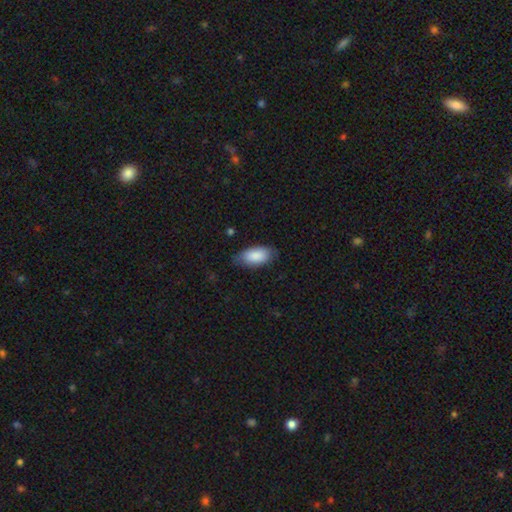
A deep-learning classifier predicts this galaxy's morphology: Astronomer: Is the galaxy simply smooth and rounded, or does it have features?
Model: smooth — 87%.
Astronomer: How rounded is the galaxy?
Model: in between — 94%.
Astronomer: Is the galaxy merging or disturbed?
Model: none — 75%.